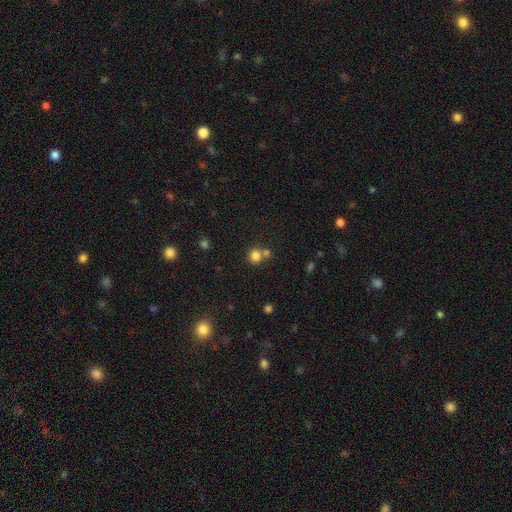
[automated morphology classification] smooth_or_featured: smooth (p=0.81) [alt: star or artifact p=0.13]
how_rounded: round (p=0.87) [alt: in between p=0.12]
merging: none (p=0.56) [alt: merger p=0.33]